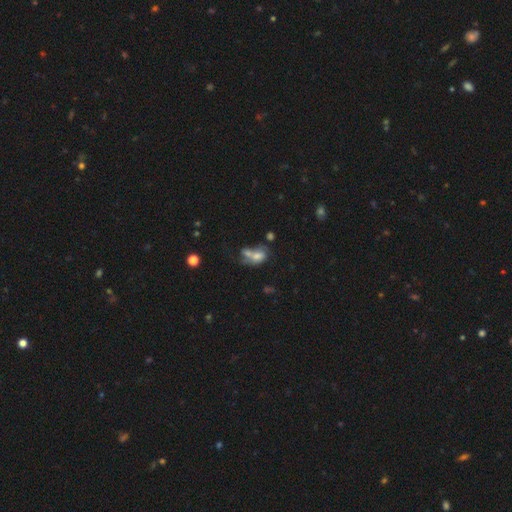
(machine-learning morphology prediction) Smooth or featured? Predicted: smooth (p=0.60). How rounded? Predicted: in between (p=0.80). Merging? Predicted: merger (p=0.54).